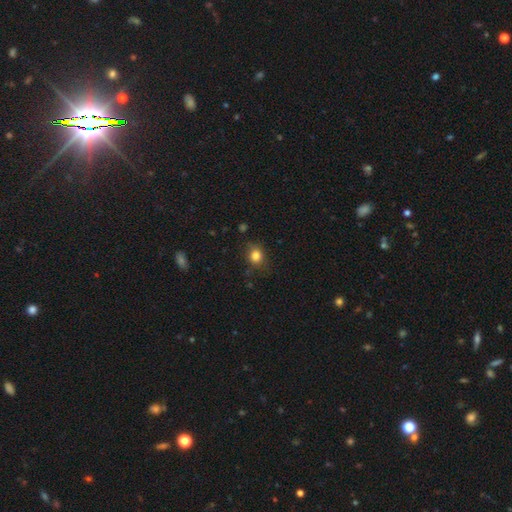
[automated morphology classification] Smooth or featured? smooth (83%)
How rounded? round (67%)
Merging? none (76%)